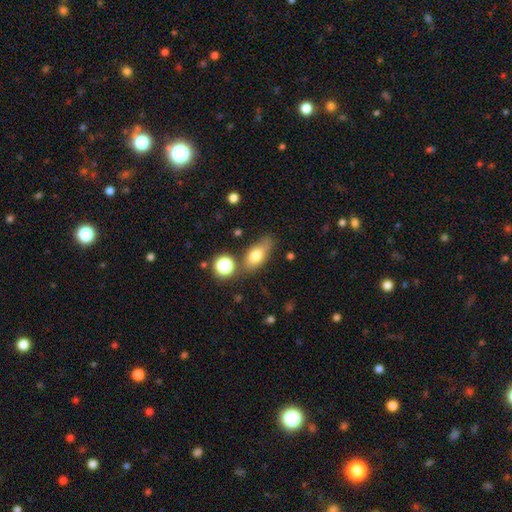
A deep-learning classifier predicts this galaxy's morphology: This appears to be a smooth galaxy with no disk features (73%) that is in between round and cigar-shaped (79%). Merging: none (67%).